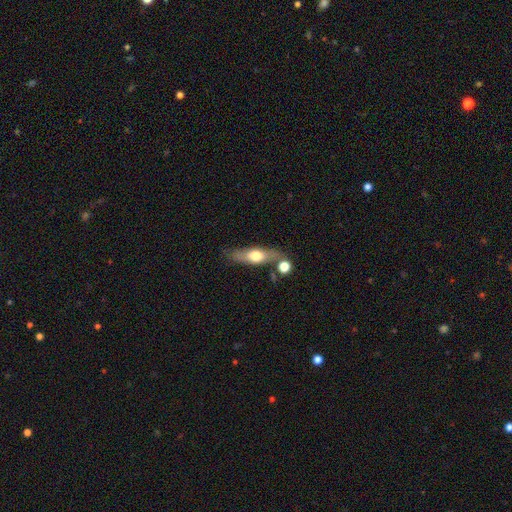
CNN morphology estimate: Q: Smooth or featured?
A: smooth (52%); runner-up: featured or disk (41%)
Q: How rounded?
A: in between (48%); runner-up: cigar-shaped (47%)
Q: Merging?
A: none (65%); runner-up: minor disturbance (16%)